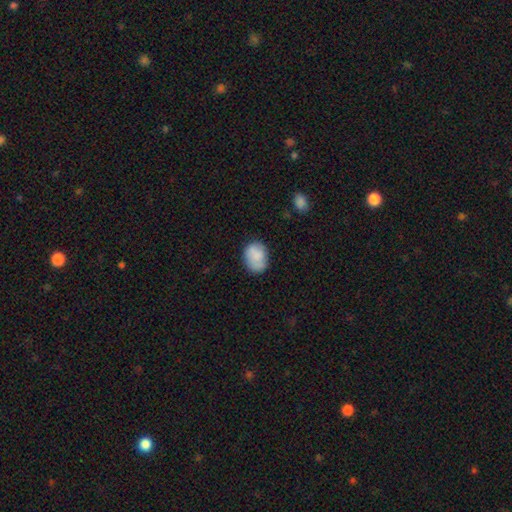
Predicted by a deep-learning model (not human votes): Q: Smooth or featured?
A: smooth (79%); runner-up: featured or disk (14%)
Q: How rounded?
A: in between (60%); runner-up: round (39%)
Q: Merging?
A: none (68%); runner-up: minor disturbance (23%)